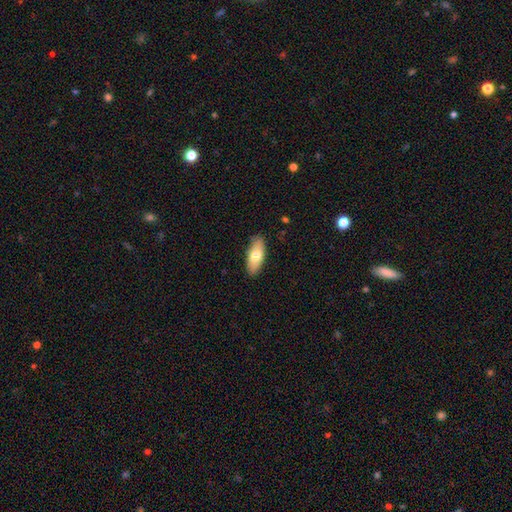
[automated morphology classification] A smooth galaxy with no disk features (70%) that is in between round and cigar-shaped (83%). Merging: none (87%).